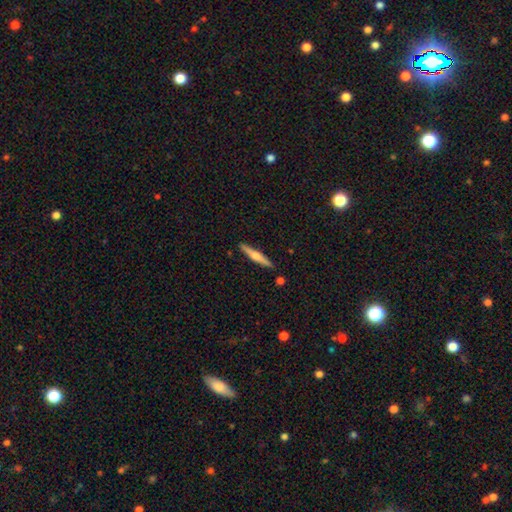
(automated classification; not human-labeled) Smooth or featured: featured or disk — 56% (smooth — 38%)
Edge-on disk: yes — 97% (no — 3%)
Edge-on bulge: rounded — 83% (none — 8%)
Merging: none — 90% (minor disturbance — 7%)